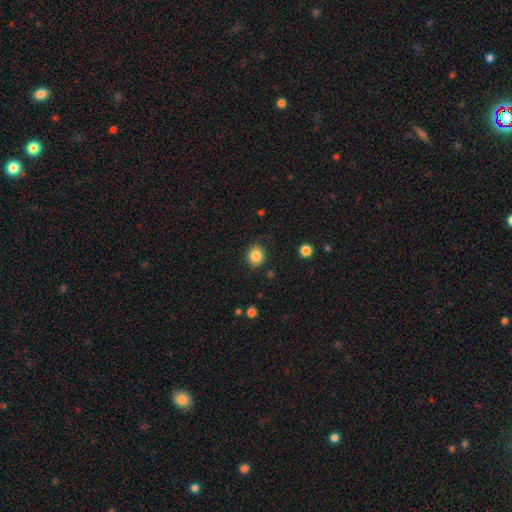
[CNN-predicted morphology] Q: Smooth or featured?
A: smooth (84%); runner-up: star or artifact (10%)
Q: How rounded?
A: round (68%); runner-up: in between (31%)
Q: Merging?
A: none (81%); runner-up: minor disturbance (14%)